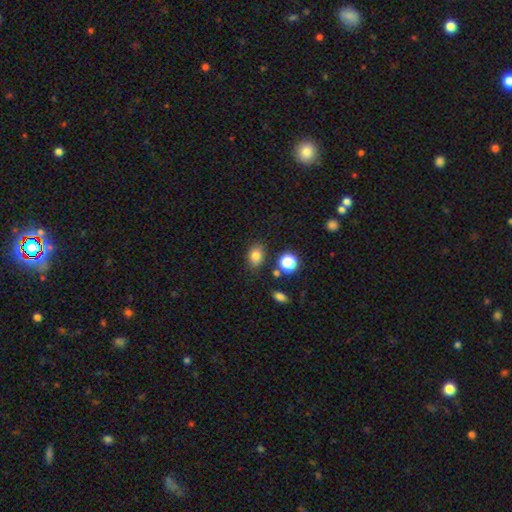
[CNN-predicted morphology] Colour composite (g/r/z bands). It shows a smooth galaxy with no disk features (80%) that is in between round and cigar-shaped (70%). Merging: none (79%).